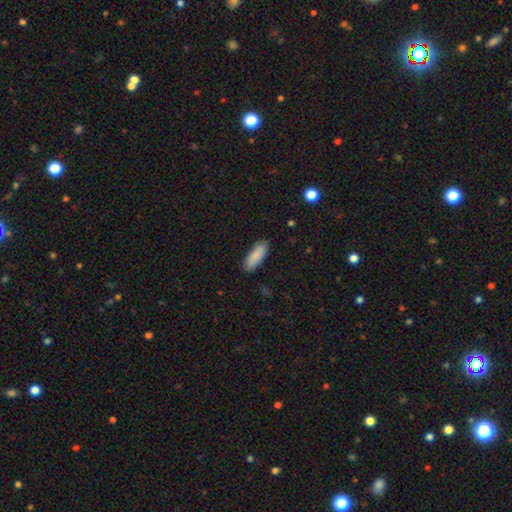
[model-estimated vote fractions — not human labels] smooth-or-featured: smooth: 88% | star or artifact: 6% | featured or disk: 6%
  how-rounded: in between: 69% | cigar-shaped: 30% | round: 2%
  merging: none: 87% | minor disturbance: 10% | major disturbance: 2% | merger: 1%